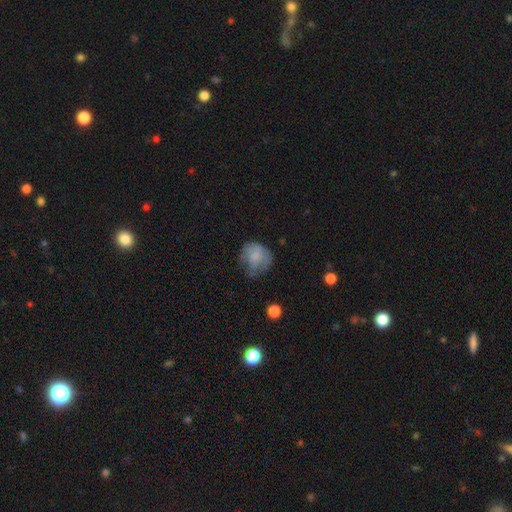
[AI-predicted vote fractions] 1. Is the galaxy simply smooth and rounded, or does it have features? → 67% smooth, 23% featured or disk, 10% star or artifact.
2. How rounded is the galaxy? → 70% round, 29% in between, 1% cigar-shaped.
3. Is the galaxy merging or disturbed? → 45% none, 31% minor disturbance, 21% major disturbance, 2% merger.